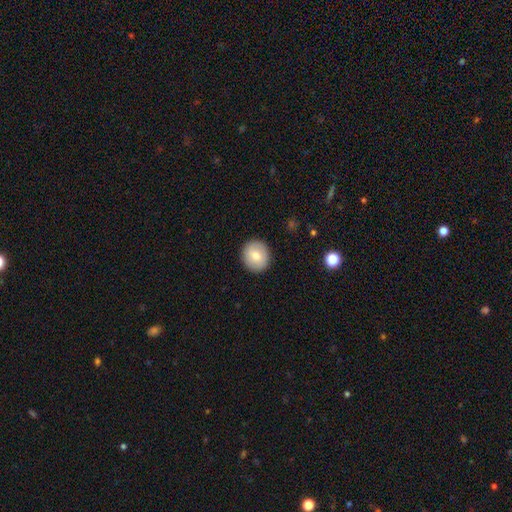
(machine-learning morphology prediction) Overall: smooth (77%). How rounded: round (85%). Merging: none (91%).